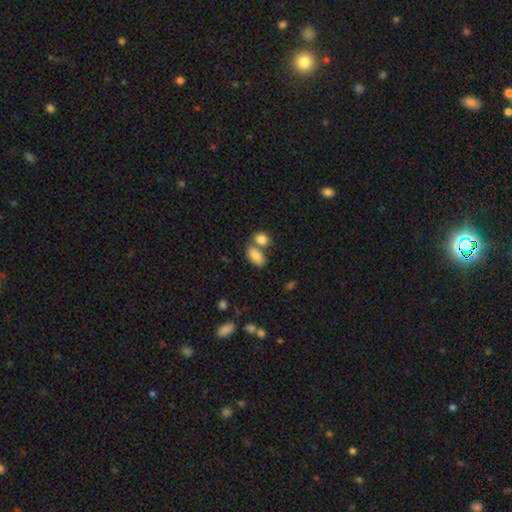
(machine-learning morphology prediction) smooth-or-featured: smooth: 83% | featured or disk: 9% | star or artifact: 8%
  how-rounded: in between: 90% | round: 7% | cigar-shaped: 3%
  merging: none: 43% | merger: 42% | minor disturbance: 11% | major disturbance: 4%